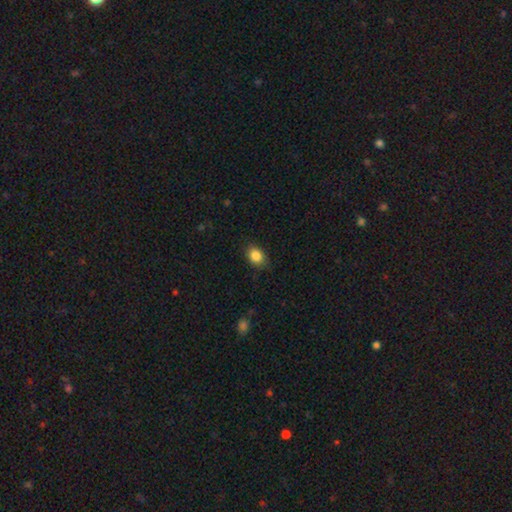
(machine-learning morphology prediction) smooth_or_featured: smooth (p=0.86) [alt: star or artifact p=0.09]
how_rounded: in between (p=0.71) [alt: round p=0.28]
merging: none (p=0.83) [alt: minor disturbance p=0.13]